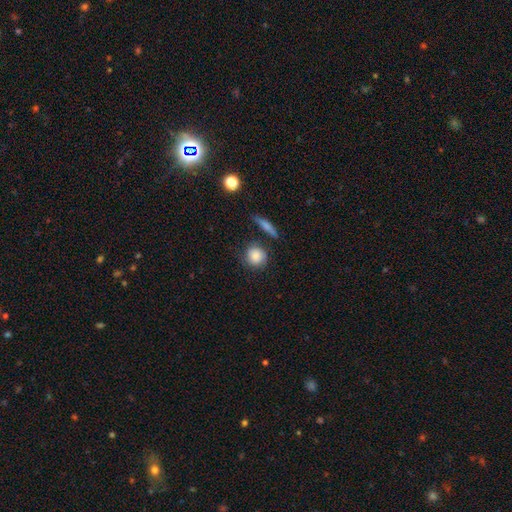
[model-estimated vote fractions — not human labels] Smooth or featured? Predicted: smooth (p=0.82). How rounded? Predicted: round (p=0.86). Merging? Predicted: none (p=0.69).